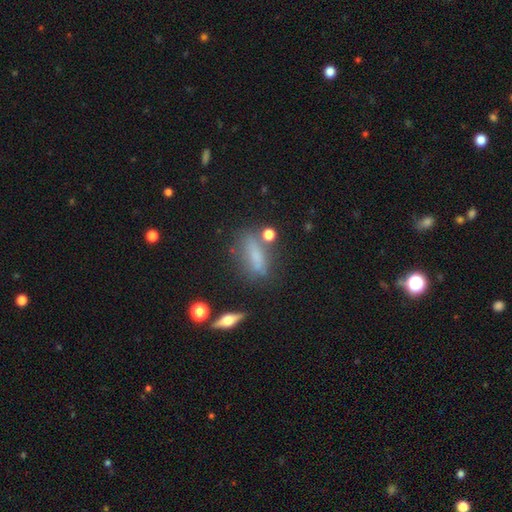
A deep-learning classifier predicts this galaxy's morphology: smooth 58%, featured or disk 27%, star or artifact 15%. Down the decision tree: how rounded — in between (48%); merging — none (59%).